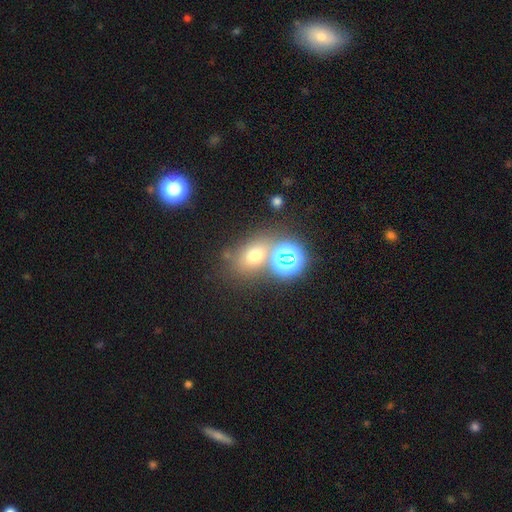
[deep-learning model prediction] The model was most divided on "how rounded" (2-way tie): round: 49%, in between: 49%, cigar-shaped: 2%. More confident: merging — none (61%); smooth or featured — smooth (60%).